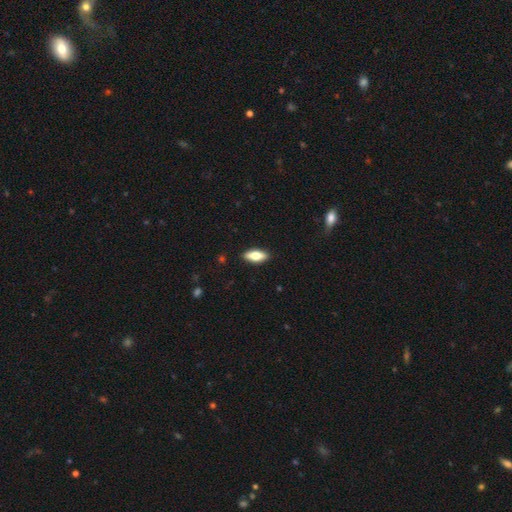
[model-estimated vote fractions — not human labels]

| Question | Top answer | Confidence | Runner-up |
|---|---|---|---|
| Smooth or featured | smooth | 65% | featured or disk (29%) |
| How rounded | in between | 75% | cigar-shaped (22%) |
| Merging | none | 89% | minor disturbance (8%) |